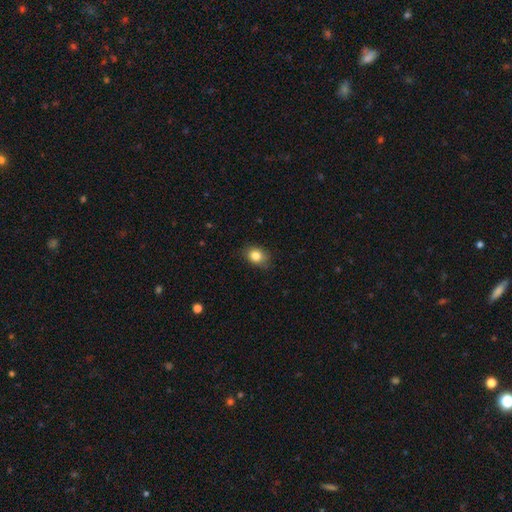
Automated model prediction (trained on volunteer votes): A smooth galaxy with no disk features (83%) that is in between round and cigar-shaped (54%). Merging: none (79%).